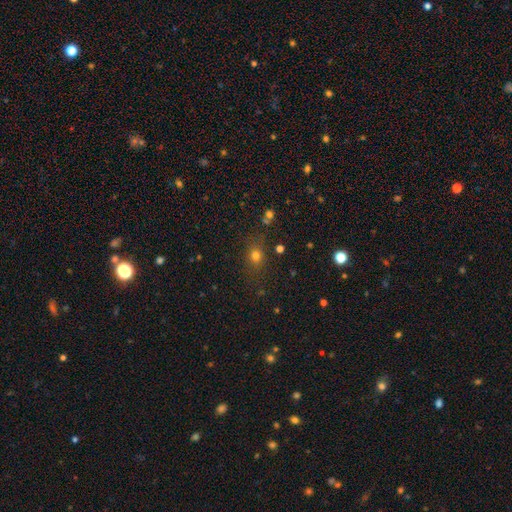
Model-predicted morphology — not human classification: type=smooth (70%); roundness=round (62%); merging=none (79%).